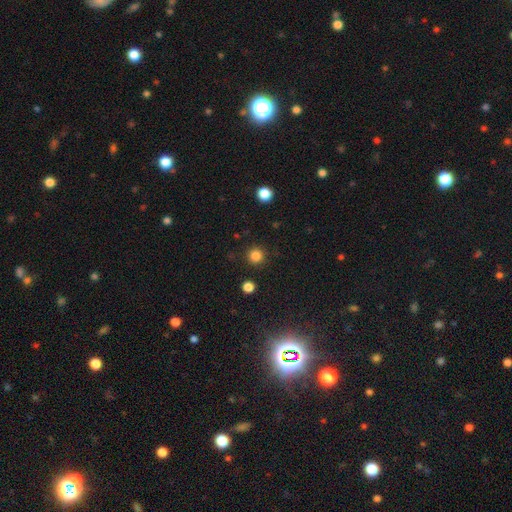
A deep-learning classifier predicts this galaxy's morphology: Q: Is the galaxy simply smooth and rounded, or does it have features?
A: smooth — 83%.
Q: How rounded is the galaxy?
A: round — 95%.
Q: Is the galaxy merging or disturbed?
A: none — 91%.